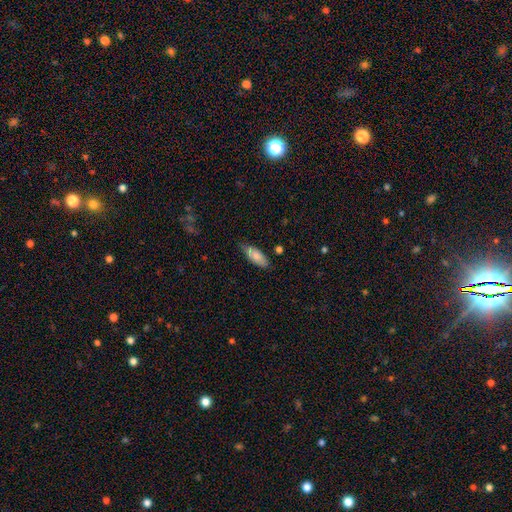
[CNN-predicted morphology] This appears to be a smooth galaxy with no disk features (79%) that is in between round and cigar-shaped (79%). Merging: none (67%).